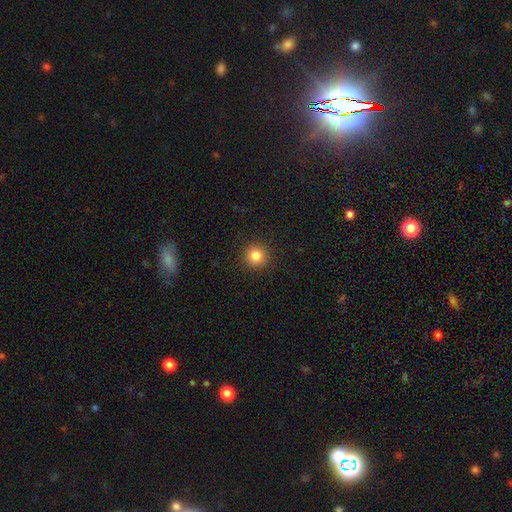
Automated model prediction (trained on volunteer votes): smooth_or_featured: smooth (p=0.84) [alt: star or artifact p=0.11]
how_rounded: round (p=0.95) [alt: in between p=0.04]
merging: none (p=0.92) [alt: minor disturbance p=0.05]